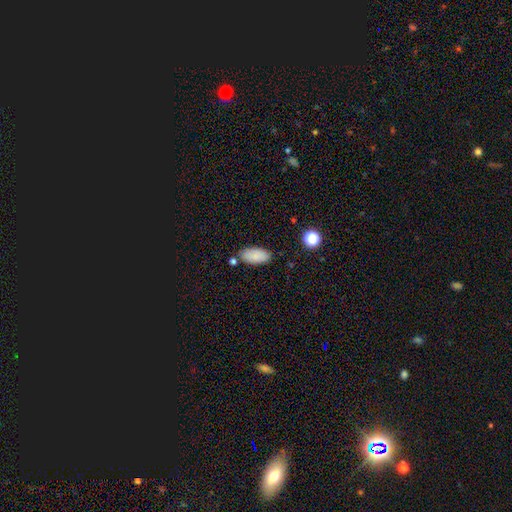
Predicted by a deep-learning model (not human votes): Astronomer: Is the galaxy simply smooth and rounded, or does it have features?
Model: smooth — 86%.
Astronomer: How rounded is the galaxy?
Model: in between — 92%.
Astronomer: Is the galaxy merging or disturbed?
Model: none — 79%.